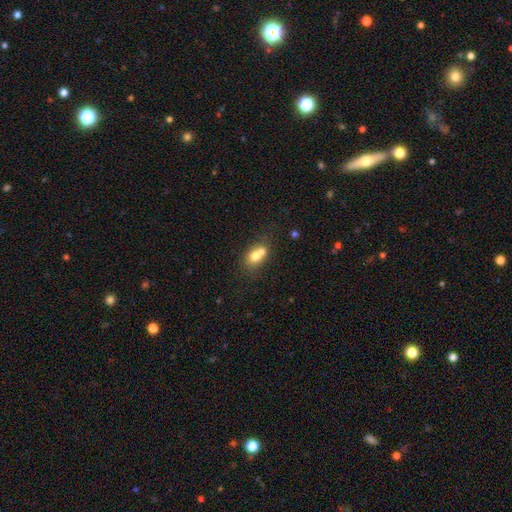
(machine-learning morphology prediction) Smooth or featured? Predicted: smooth (p=0.70). How rounded? Predicted: round (p=0.51). Merging? Predicted: merger (p=0.59).